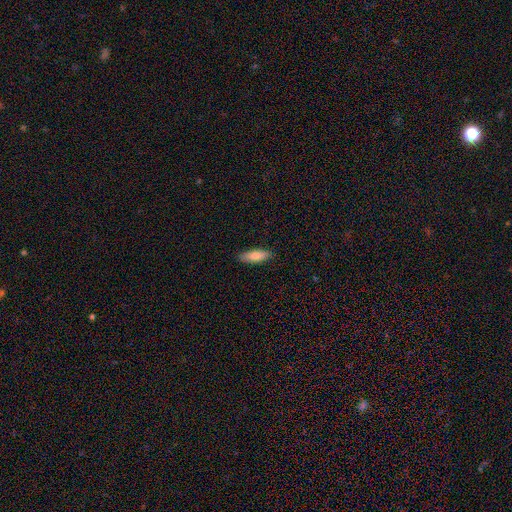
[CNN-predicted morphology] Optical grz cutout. It shows a smooth galaxy with no disk features (76%) that is in between round and cigar-shaped (56%). Merging: none (89%).